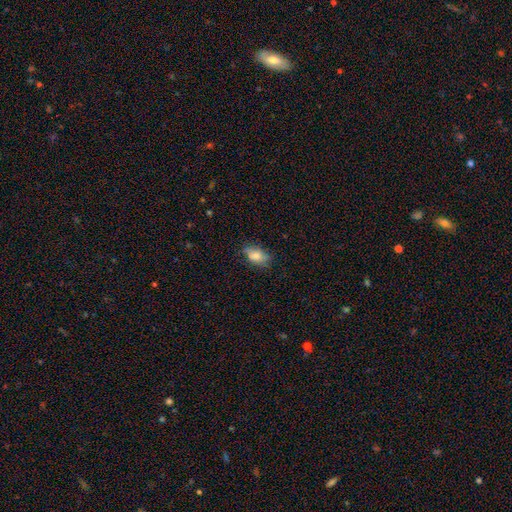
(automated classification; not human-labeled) The model was most divided on "merging": none: 64%, minor disturbance: 26%, major disturbance: 8%, merger: 2%. More confident: how rounded — in between (87%); smooth or featured — smooth (75%).